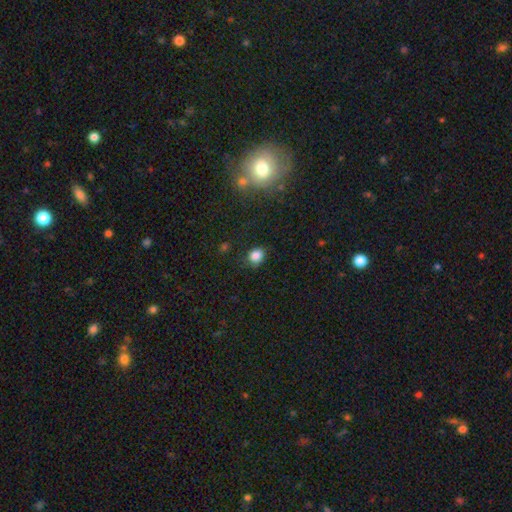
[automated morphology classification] smooth 83%, star or artifact 11%, featured or disk 5%. Down the decision tree: how rounded — round (57%); merging — none (75%).